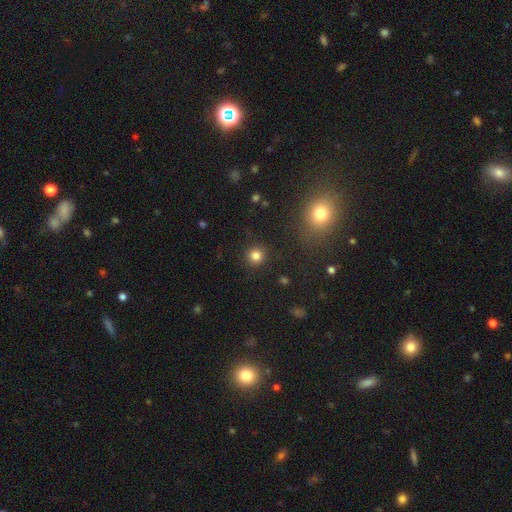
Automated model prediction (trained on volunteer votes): A smooth galaxy with no disk features (82%) that is round (94%). Merging: none (91%).